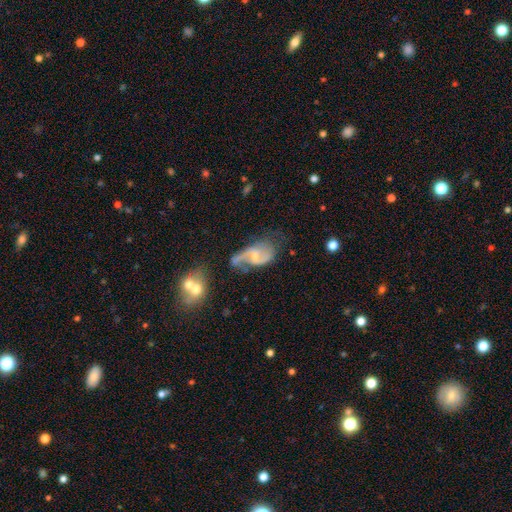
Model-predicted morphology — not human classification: Smooth or featured? Predicted: featured or disk (p=0.80). Edge-on disk? Predicted: no (p=0.96). Bar? Predicted: weak (p=0.46). Spiral arms? Predicted: yes (p=0.91). Spiral winding? Predicted: loose (p=0.55). Spiral arm count? Predicted: 2 (p=0.79). Bulge size? Predicted: small (p=0.54). Merging? Predicted: none (p=0.37).